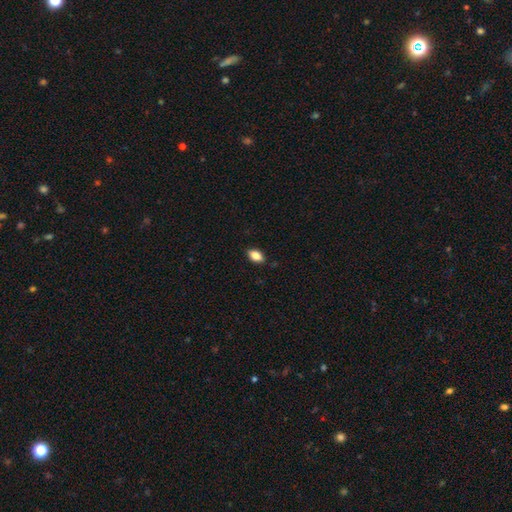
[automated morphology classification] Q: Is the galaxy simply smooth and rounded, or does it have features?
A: smooth — 85%.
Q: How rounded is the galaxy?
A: in between — 89%.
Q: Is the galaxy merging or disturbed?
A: none — 87%.